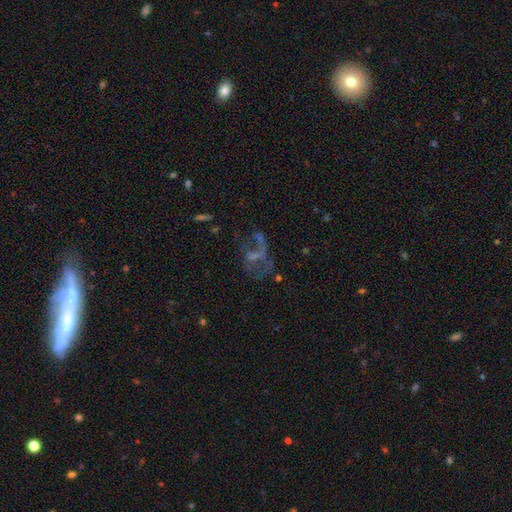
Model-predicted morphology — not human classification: Q: Smooth or featured?
A: featured or disk (57%); runner-up: smooth (22%)
Q: Edge-on disk?
A: no (97%); runner-up: yes (3%)
Q: Bar?
A: no (65%); runner-up: weak (26%)
Q: Spiral arms?
A: no (67%); runner-up: yes (33%)
Q: Bulge size?
A: none (58%); runner-up: small (26%)
Q: Merging?
A: major disturbance (43%); runner-up: none (33%)